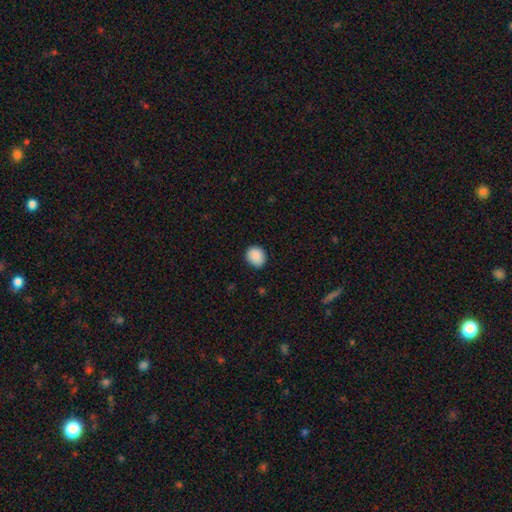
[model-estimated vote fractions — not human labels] Smooth or featured?
  - smooth: 89% *
  - star or artifact: 8%
  - featured or disk: 3%
How rounded?
  - round: 70% *
  - in between: 29%
  - cigar-shaped: 1%
Merging?
  - none: 83% *
  - minor disturbance: 14%
  - major disturbance: 2%
  - merger: 1%